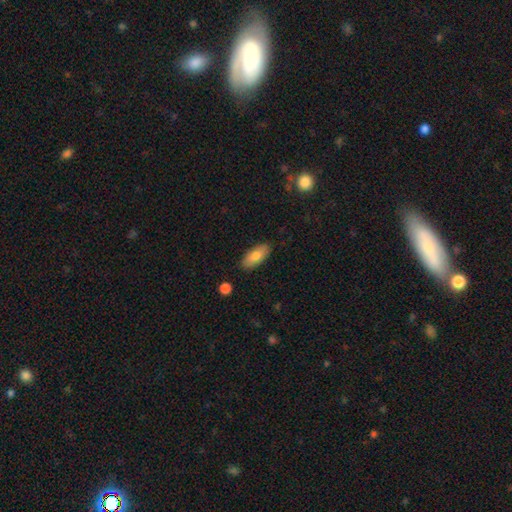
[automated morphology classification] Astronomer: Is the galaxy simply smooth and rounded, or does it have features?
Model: smooth — 78%.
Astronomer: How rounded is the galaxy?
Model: in between — 85%.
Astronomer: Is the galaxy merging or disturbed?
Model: none — 87%.